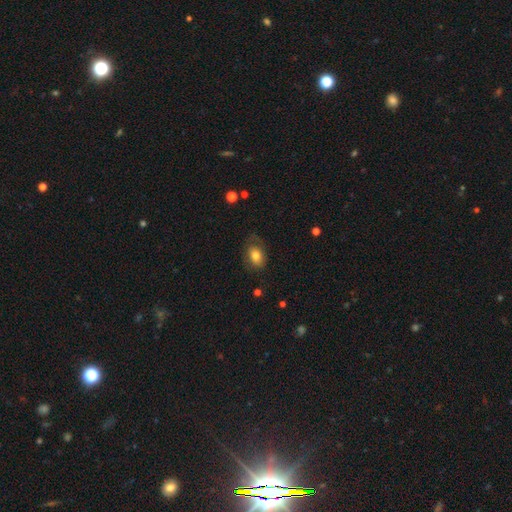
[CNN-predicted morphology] A smooth galaxy with no disk features (71%) that is in between round and cigar-shaped (75%). Merging: none (64%).